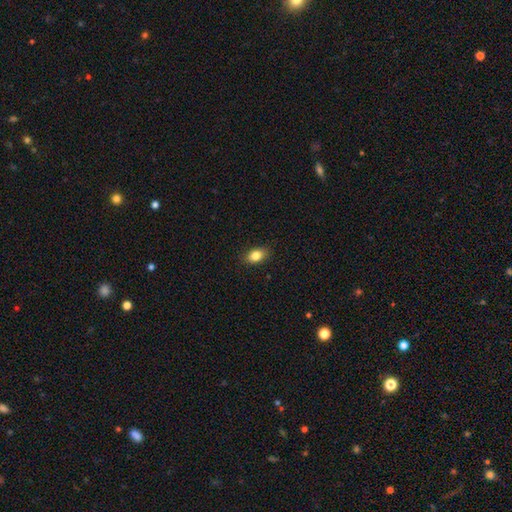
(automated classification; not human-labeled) Morphology: type=smooth (84%); roundness=in between (82%); merging=none (88%).